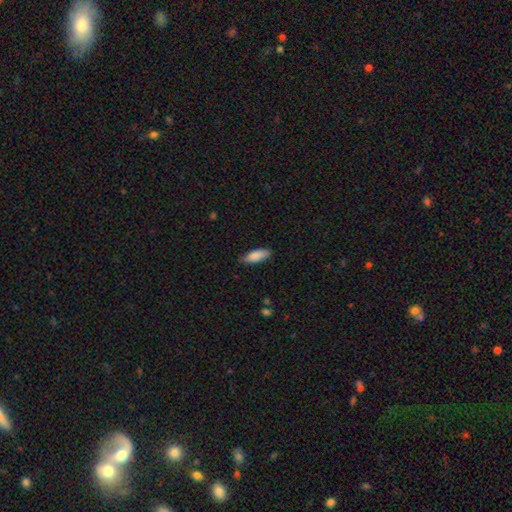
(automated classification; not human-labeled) Morphology: type=smooth (86%); roundness=in between (66%); merging=none (79%).